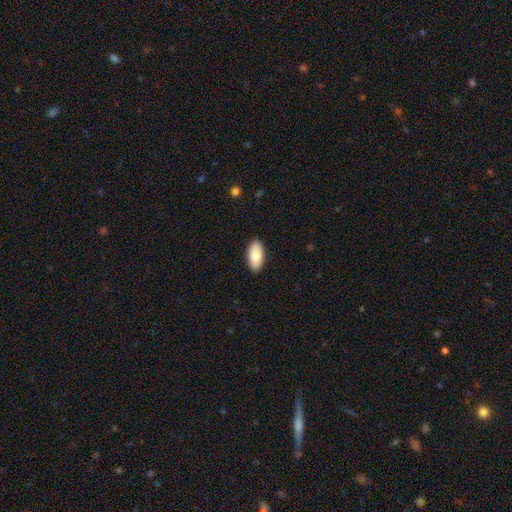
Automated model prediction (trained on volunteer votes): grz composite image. It shows a smooth galaxy with no disk features (81%) that is in between round and cigar-shaped (91%). Merging: none (90%).